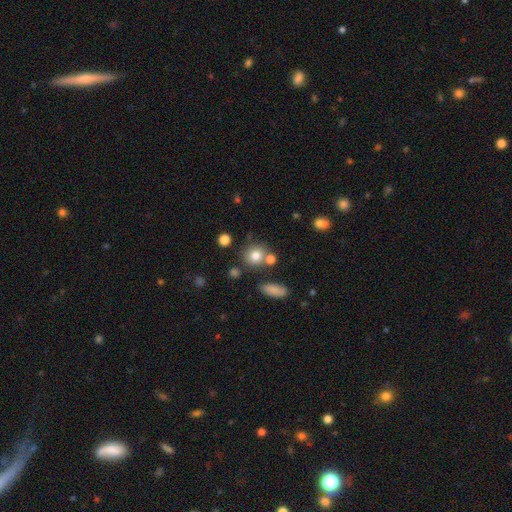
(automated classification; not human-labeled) smooth_or_featured: smooth (p=0.78) [alt: star or artifact p=0.12]
how_rounded: round (p=0.81) [alt: in between p=0.17]
merging: none (p=0.68) [alt: merger p=0.17]